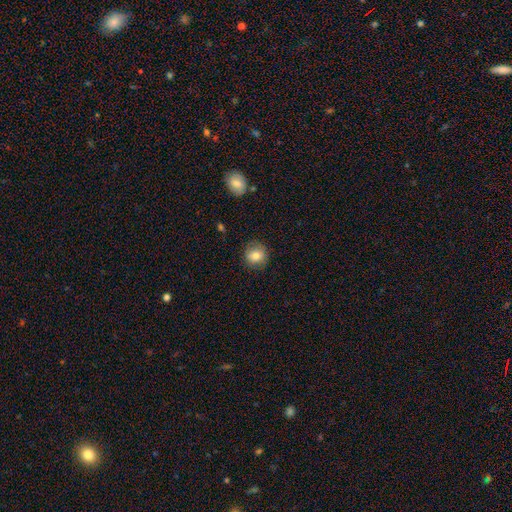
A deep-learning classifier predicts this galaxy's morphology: Overall: smooth (78%). How rounded: round (88%). Merging: none (84%).